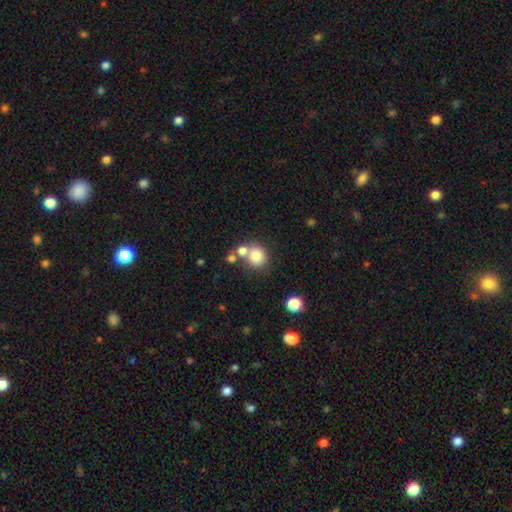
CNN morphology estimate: Q: Smooth or featured?
A: smooth (80%); runner-up: star or artifact (12%)
Q: How rounded?
A: round (84%); runner-up: in between (15%)
Q: Merging?
A: none (55%); runner-up: merger (31%)